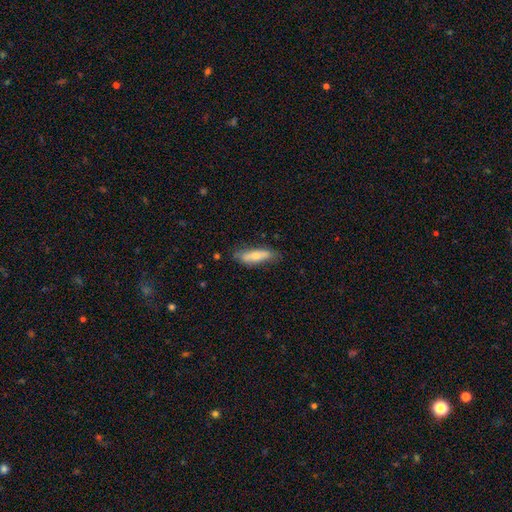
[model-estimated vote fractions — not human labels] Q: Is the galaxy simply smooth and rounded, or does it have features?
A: smooth — 67%.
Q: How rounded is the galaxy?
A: cigar-shaped — 54%.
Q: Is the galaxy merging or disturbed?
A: none — 71%.